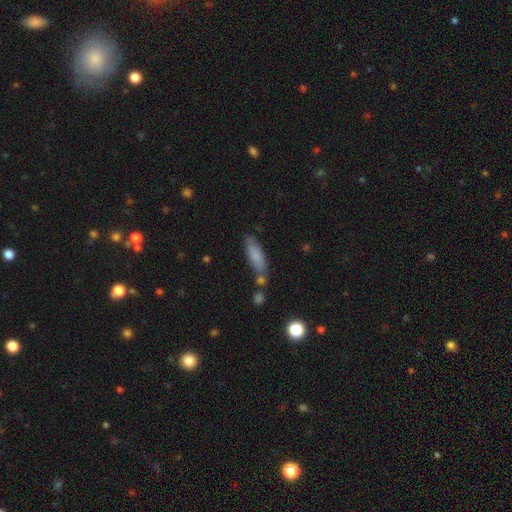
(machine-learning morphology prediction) This is clearly a smooth galaxy (82%). How rounded: possibly cigar-shaped (57%). Merging: likely none (68%).